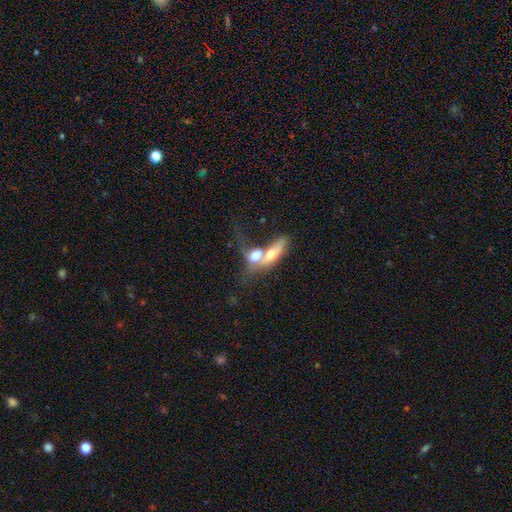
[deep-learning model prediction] This is possibly a smooth galaxy (55%). How rounded: likely in between (62%). Merging: likely merger (77%).